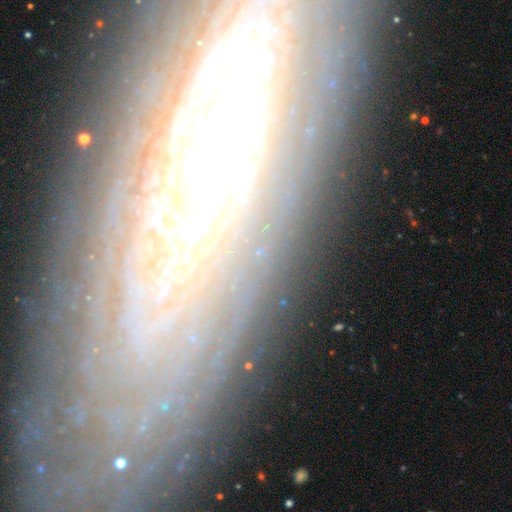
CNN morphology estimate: smooth-or-featured: featured or disk: 78% | smooth: 12% | star or artifact: 10%
  disk-edge-on: no: 68% | yes: 32%
    bar: no: 70% | weak: 18% | strong: 13%
    has-spiral-arms: yes: 66% | no: 34%
    bulge-size: moderate: 60% | large: 20% | small: 14% | dominant: 3% | none: 3%
  merging: none: 81% | minor disturbance: 13% | major disturbance: 5% | merger: 2%